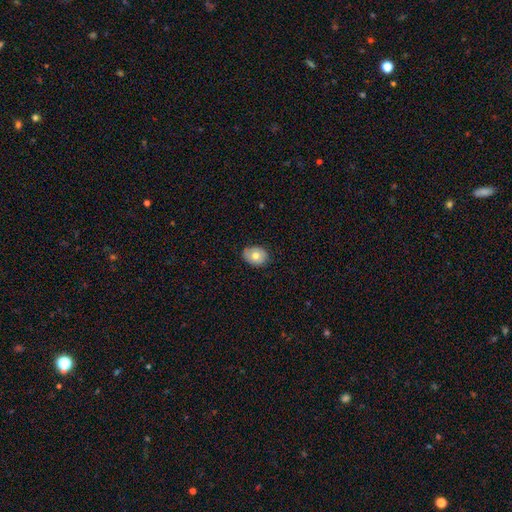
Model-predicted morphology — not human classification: Smooth or featured: smooth — 69% (featured or disk — 23%)
How rounded: in between — 52% (round — 47%)
Merging: none — 79% (minor disturbance — 17%)